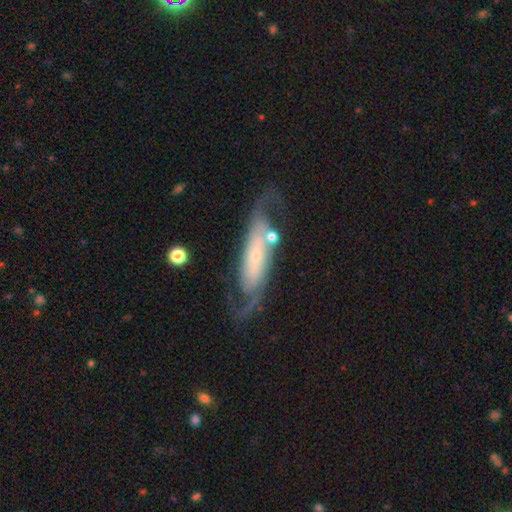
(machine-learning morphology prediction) smooth_or_featured: featured or disk (p=0.79) [alt: smooth p=0.15]
disk_edge_on: no (p=0.85) [alt: yes p=0.15]
bar: no (p=0.62) [alt: weak p=0.24]
has_spiral_arms: yes (p=0.93) [alt: no p=0.07]
spiral_winding: medium (p=0.39) [alt: tight p=0.32]
spiral_arm_count: 2 (p=0.77) [alt: can't tell p=0.14]
bulge_size: small (p=0.74) [alt: moderate p=0.14]
merging: none (p=0.59) [alt: minor disturbance p=0.19]